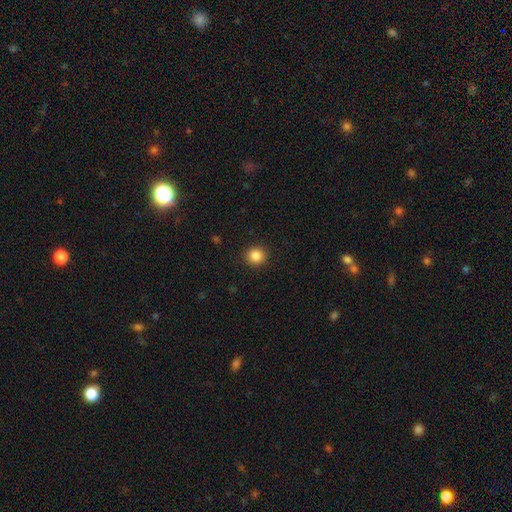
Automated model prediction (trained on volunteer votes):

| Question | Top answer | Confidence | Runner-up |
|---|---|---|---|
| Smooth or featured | smooth | 85% | star or artifact (11%) |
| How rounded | round | 91% | in between (8%) |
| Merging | none | 92% | minor disturbance (5%) |